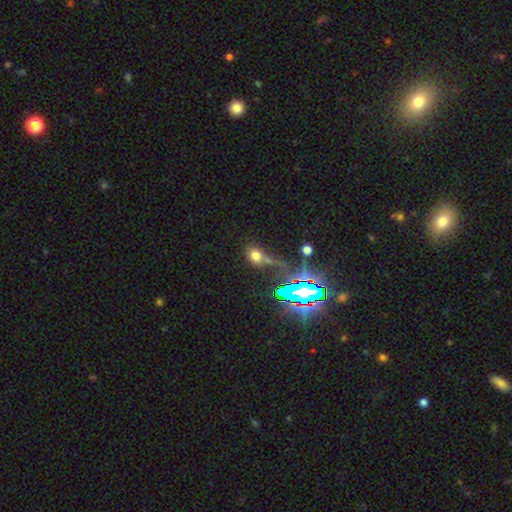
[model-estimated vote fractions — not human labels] Morphology: type=smooth (63%); roundness=round (54%); merging=none (42%).